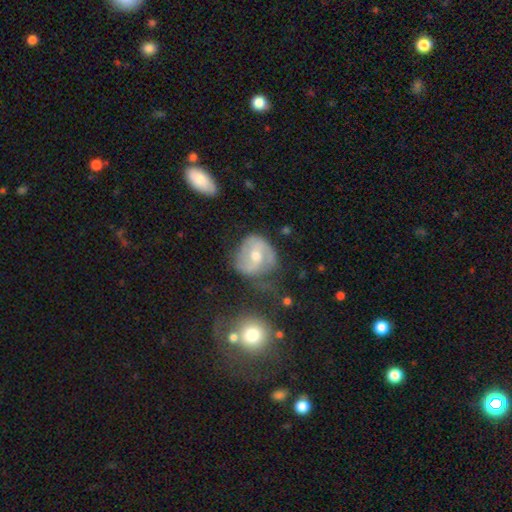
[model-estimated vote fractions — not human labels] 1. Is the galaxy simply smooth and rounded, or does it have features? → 68% featured or disk, 25% smooth, 7% star or artifact.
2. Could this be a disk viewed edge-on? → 97% no, 3% yes.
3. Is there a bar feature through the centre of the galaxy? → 45% weak, 34% no, 21% strong.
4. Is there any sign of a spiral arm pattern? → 81% yes, 19% no.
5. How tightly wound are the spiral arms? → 44% medium, 30% tight, 26% loose.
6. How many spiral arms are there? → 74% 2, 14% can't tell, 5% 1, 4% 3, 1% 4, 1% more than 4.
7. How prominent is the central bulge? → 67% moderate, 28% small, 3% large, 1% none, 1% dominant.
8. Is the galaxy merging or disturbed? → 56% none, 26% minor disturbance, 13% major disturbance, 5% merger.